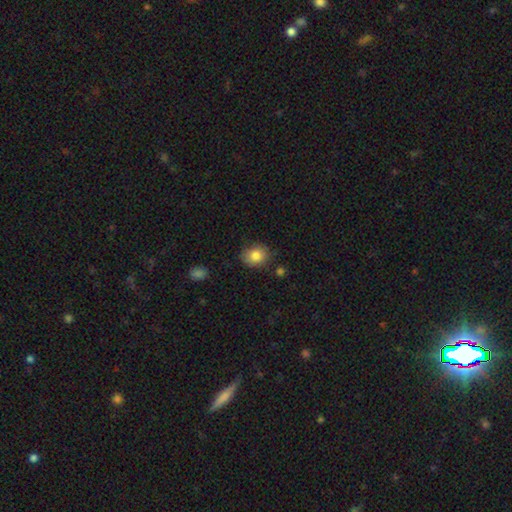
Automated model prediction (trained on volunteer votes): Smooth or featured?
  - smooth: 83% *
  - star or artifact: 9%
  - featured or disk: 8%
How rounded?
  - round: 61% *
  - in between: 38%
  - cigar-shaped: 1%
Merging?
  - none: 80% *
  - minor disturbance: 14%
  - major disturbance: 3%
  - merger: 2%